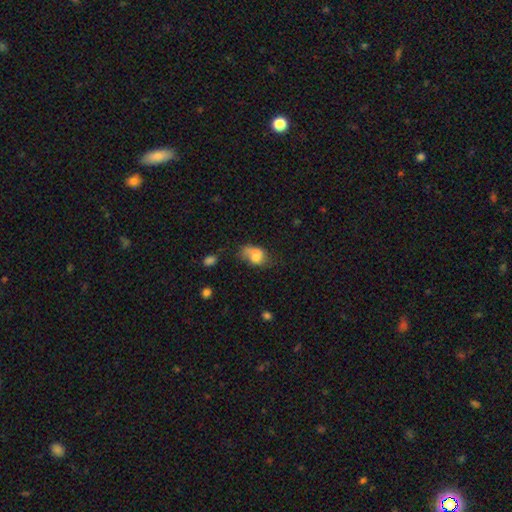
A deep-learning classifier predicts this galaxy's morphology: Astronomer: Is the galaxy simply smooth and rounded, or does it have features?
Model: smooth — 69%.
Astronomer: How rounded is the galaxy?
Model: in between — 74%.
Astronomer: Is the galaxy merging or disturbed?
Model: none — 30% (runner-up: minor disturbance, 27%).